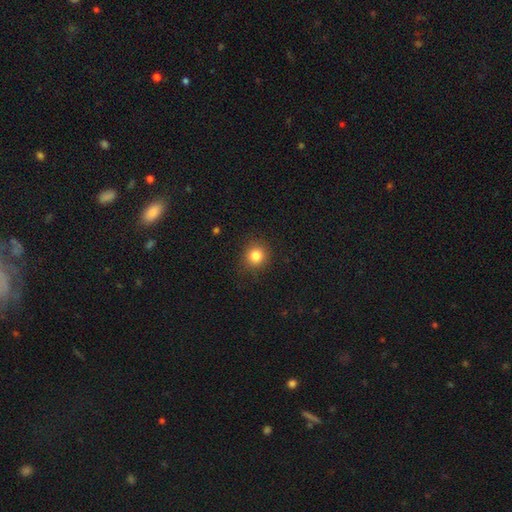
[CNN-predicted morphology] Smooth or featured?
  - smooth: 82% *
  - star or artifact: 12%
  - featured or disk: 6%
How rounded?
  - round: 89% *
  - in between: 10%
  - cigar-shaped: 1%
Merging?
  - none: 88% *
  - minor disturbance: 8%
  - major disturbance: 3%
  - merger: 1%